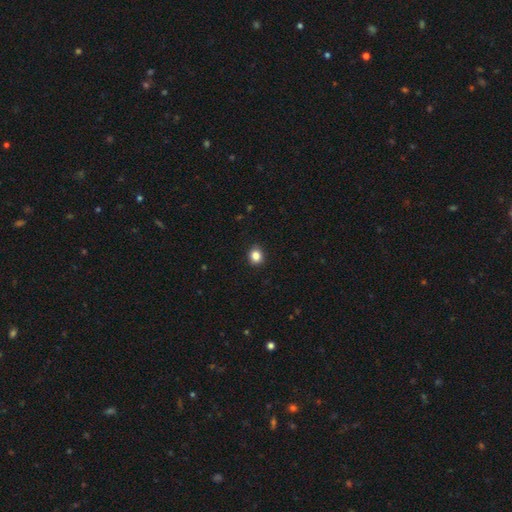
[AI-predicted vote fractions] A smooth galaxy with no disk features (86%) that is round (72%). Merging: none (91%).